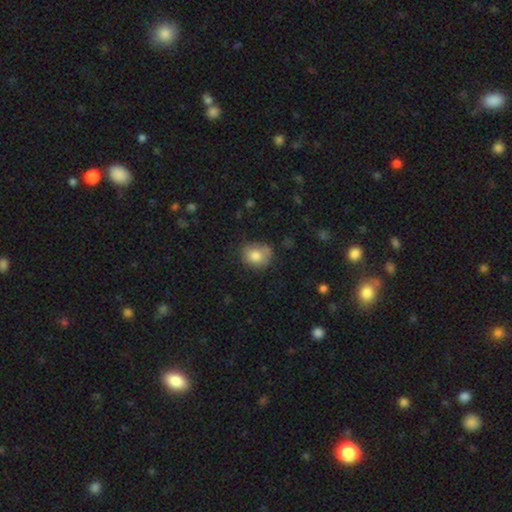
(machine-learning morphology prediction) smooth_or_featured: smooth (p=0.80) [alt: featured or disk p=0.11]
how_rounded: round (p=0.67) [alt: in between p=0.32]
merging: none (p=0.63) [alt: minor disturbance p=0.25]